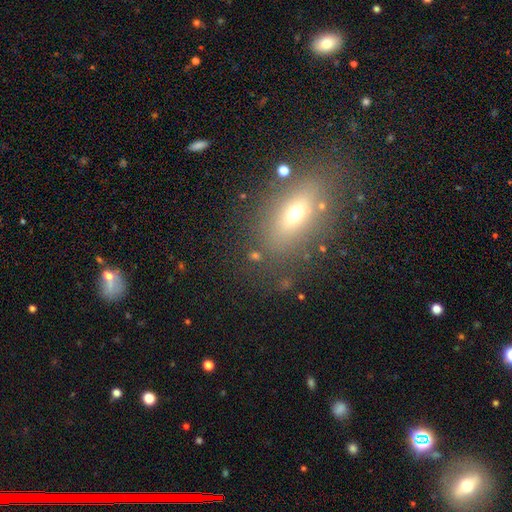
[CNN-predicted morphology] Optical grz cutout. It shows a smooth galaxy with no disk features (54%) that is in between round and cigar-shaped (62%). Merging: none (74%).